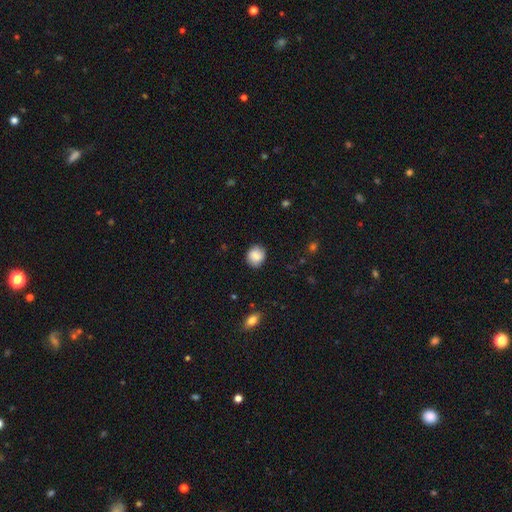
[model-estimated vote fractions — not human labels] smooth-or-featured: smooth: 84% | star or artifact: 8% | featured or disk: 8%
  how-rounded: round: 82% | in between: 17% | cigar-shaped: 1%
  merging: none: 85% | minor disturbance: 11% | major disturbance: 3% | merger: 1%